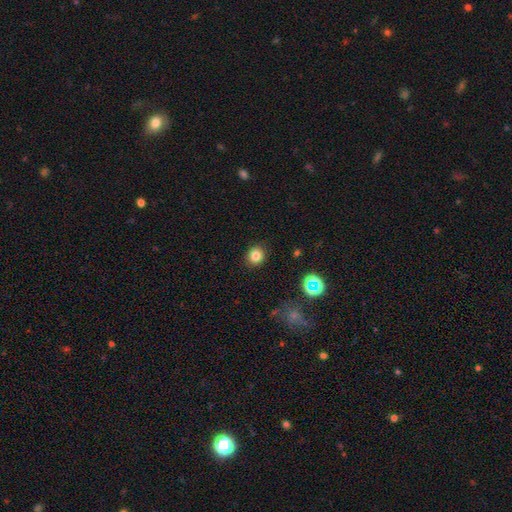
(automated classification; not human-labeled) A smooth galaxy with no disk features (81%) that is round (85%). Merging: none (90%).